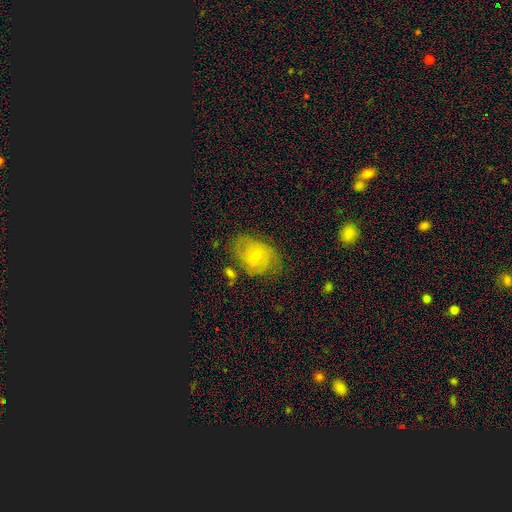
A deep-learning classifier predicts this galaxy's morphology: Smooth or featured? Predicted: smooth (p=0.49). Merging? Predicted: none (p=0.54).